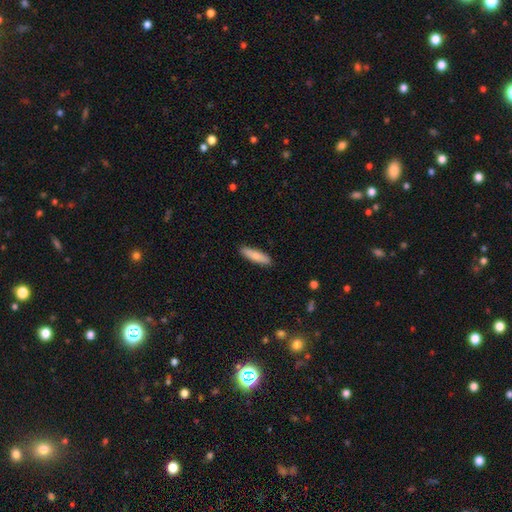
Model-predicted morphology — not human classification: type=smooth (81%); roundness=cigar-shaped (75%); merging=none (89%).